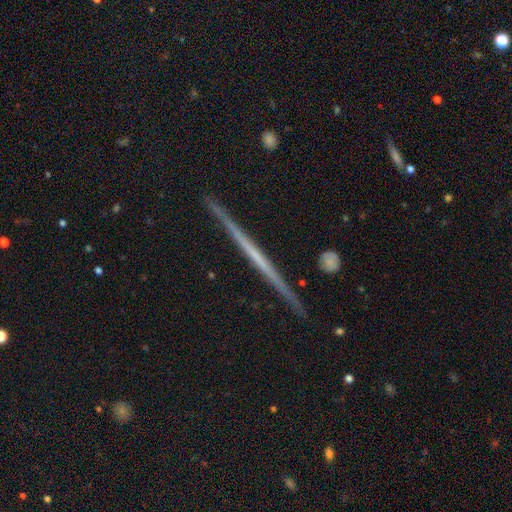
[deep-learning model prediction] Morphology: type=featured or disk (68%); edge-on=yes (98%); edge-on bulge=none (89%); merging=none (91%).